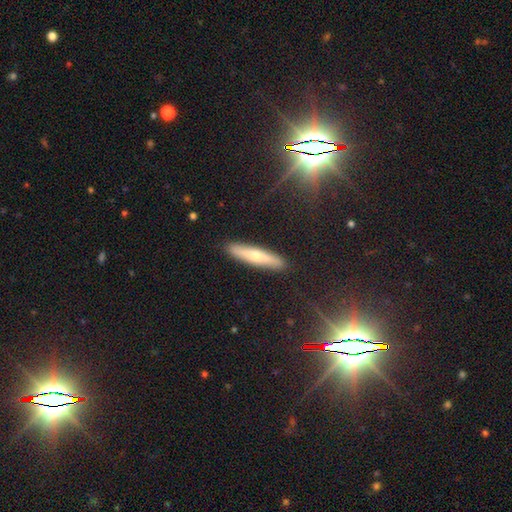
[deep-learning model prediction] Smooth or featured? smooth (58%)
How rounded? cigar-shaped (87%)
Merging? none (90%)